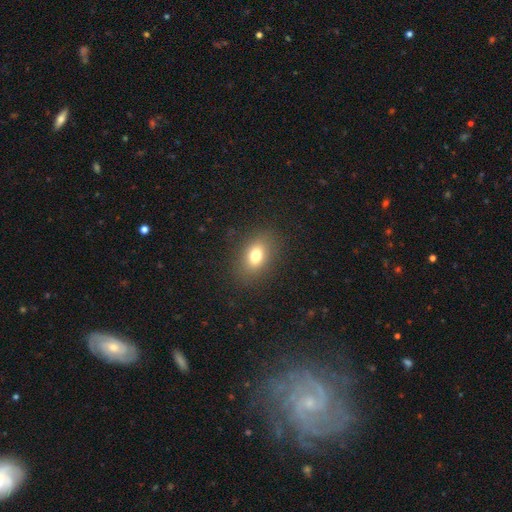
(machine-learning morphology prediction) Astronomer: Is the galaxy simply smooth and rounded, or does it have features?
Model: smooth — 75%.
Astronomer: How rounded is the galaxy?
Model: in between — 78%.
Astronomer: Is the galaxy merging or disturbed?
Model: none — 85%.